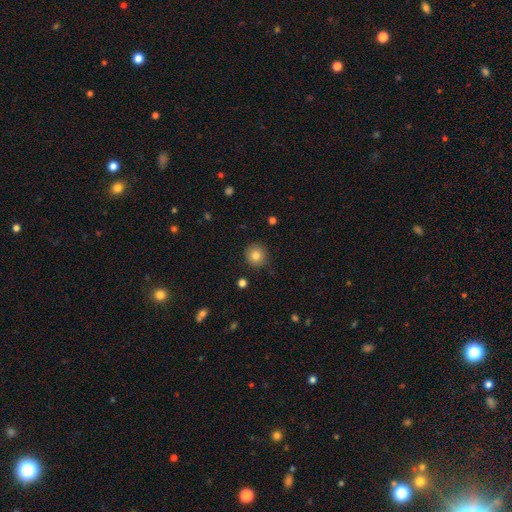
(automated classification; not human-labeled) Smooth or featured: smooth — 81% (star or artifact — 10%)
How rounded: round — 93% (in between — 6%)
Merging: none — 85% (minor disturbance — 11%)